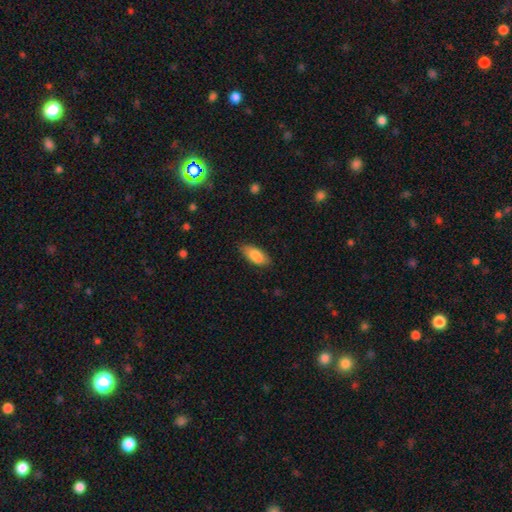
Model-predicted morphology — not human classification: Smooth or featured? smooth (83%)
How rounded? in between (85%)
Merging? none (79%)